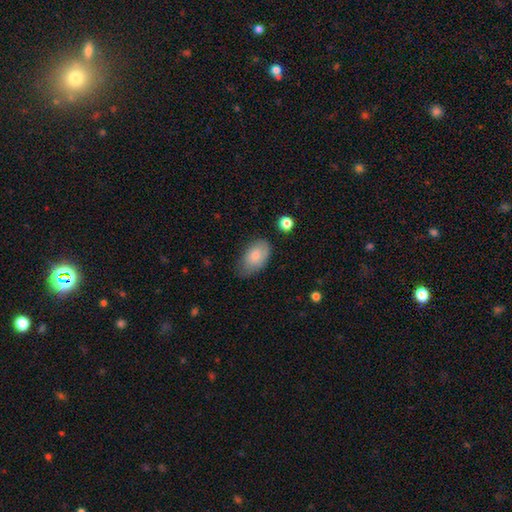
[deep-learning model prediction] Smooth or featured?
  - smooth: 79% *
  - featured or disk: 15%
  - star or artifact: 7%
How rounded?
  - in between: 91% *
  - round: 7%
  - cigar-shaped: 2%
Merging?
  - none: 58% *
  - minor disturbance: 32%
  - major disturbance: 7%
  - merger: 2%